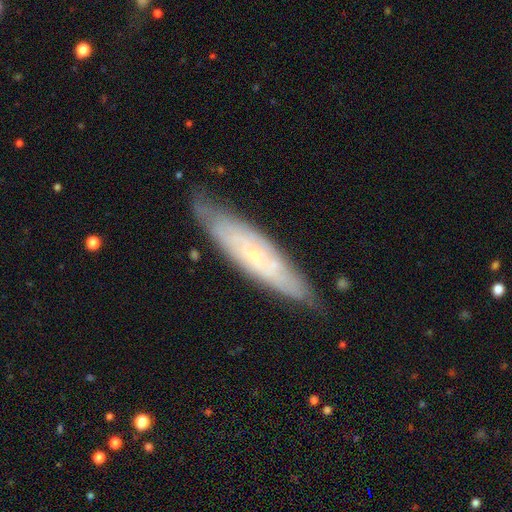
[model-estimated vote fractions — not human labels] A featured or disk galaxy (68%). Merging: none (77%).